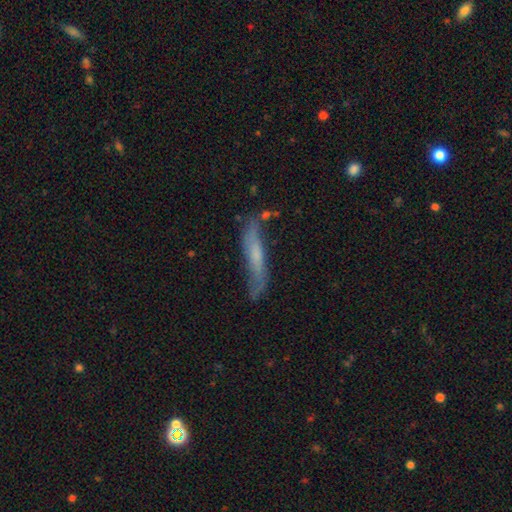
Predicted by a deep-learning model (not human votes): featured or disk 47%, smooth 46%, star or artifact 6%. Down the decision tree: merging — none (57%).